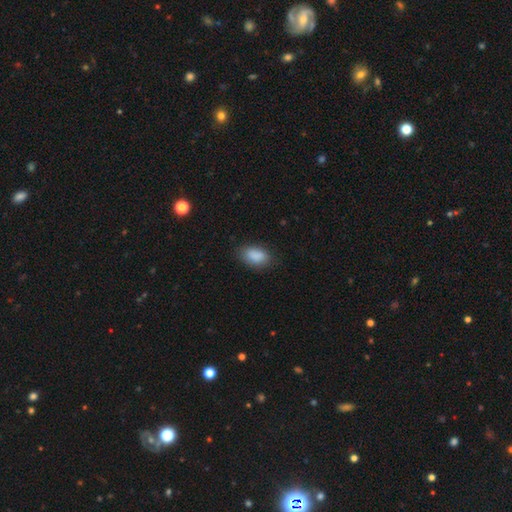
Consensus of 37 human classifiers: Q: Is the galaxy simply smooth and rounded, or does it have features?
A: smooth — 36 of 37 (97%).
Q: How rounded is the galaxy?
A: in between — 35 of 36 (97%).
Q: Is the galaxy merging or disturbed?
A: none — 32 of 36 (89%).